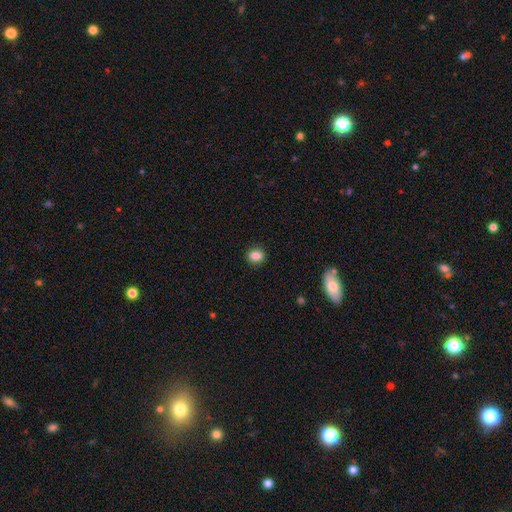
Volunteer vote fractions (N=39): Smooth or featured? 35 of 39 (90%) said smooth. How rounded? 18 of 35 (51%) said in between. Merging? 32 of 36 (89%) said none.